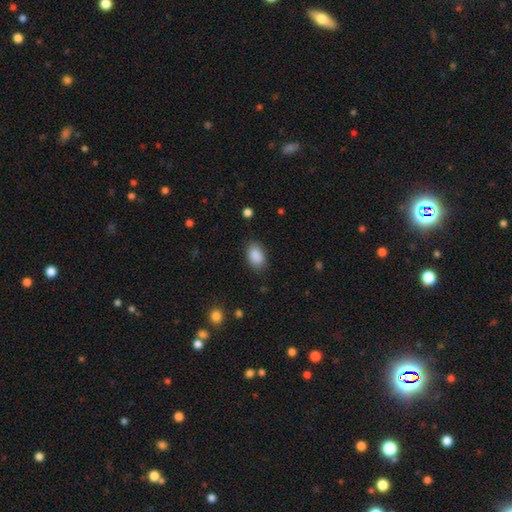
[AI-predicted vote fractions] smooth-or-featured: smooth: 89% | star or artifact: 7% | featured or disk: 4%
  how-rounded: in between: 90% | round: 9% | cigar-shaped: 1%
  merging: none: 84% | minor disturbance: 12% | major disturbance: 3% | merger: 1%